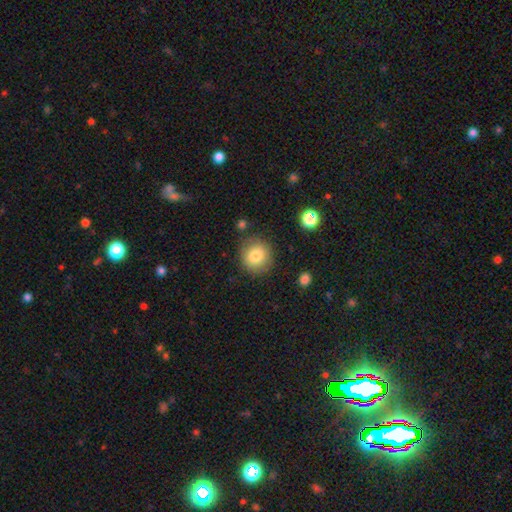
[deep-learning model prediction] smooth 82%, star or artifact 9%, featured or disk 9%. Down the decision tree: how rounded — round (90%); merging — none (82%).